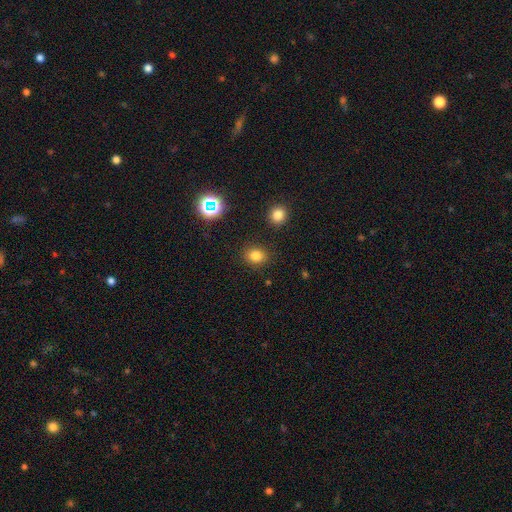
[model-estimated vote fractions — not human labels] This appears to be a smooth galaxy with no disk features (79%) that is round (57%). Merging: none (86%).